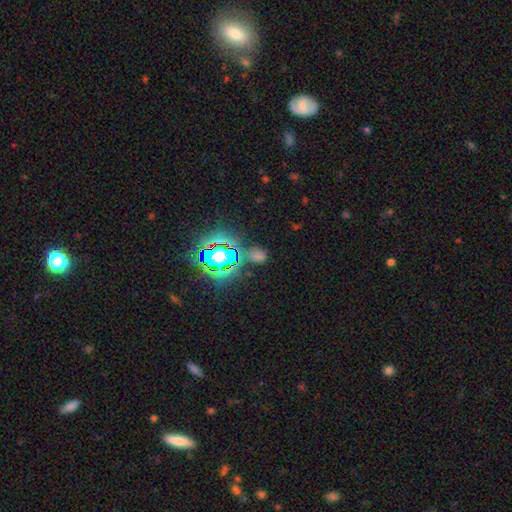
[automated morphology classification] Smooth or featured? star or artifact (48%)